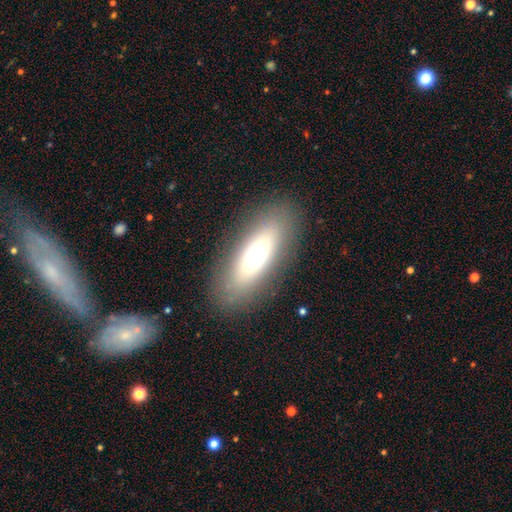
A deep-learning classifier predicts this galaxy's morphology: A smooth galaxy with no disk features (66%) that is in between round and cigar-shaped (59%). Merging: none (85%).